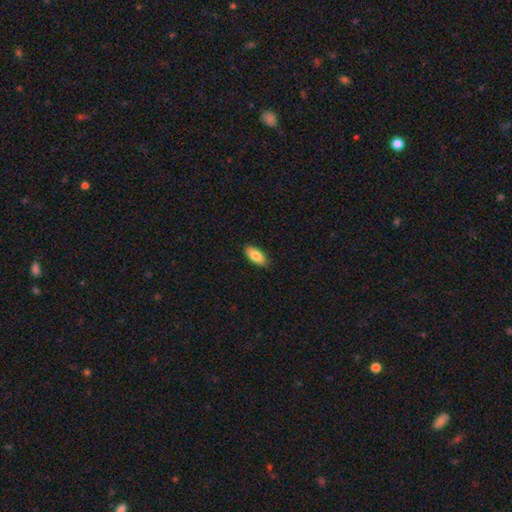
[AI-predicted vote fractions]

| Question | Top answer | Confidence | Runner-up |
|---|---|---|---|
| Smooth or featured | smooth | 83% | featured or disk (11%) |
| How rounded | in between | 85% | cigar-shaped (13%) |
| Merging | none | 88% | minor disturbance (9%) |